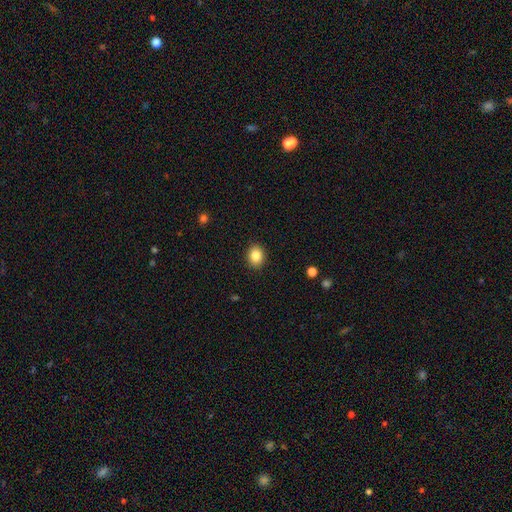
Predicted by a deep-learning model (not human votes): Q: Smooth or featured?
A: smooth (85%); runner-up: star or artifact (9%)
Q: How rounded?
A: in between (50%); runner-up: round (49%)
Q: Merging?
A: none (90%); runner-up: minor disturbance (7%)